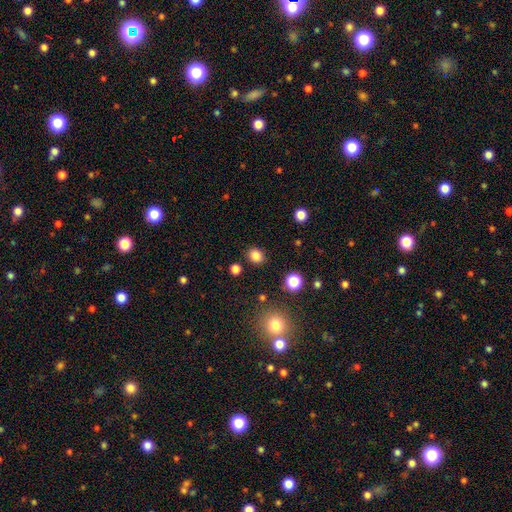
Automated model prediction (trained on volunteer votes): Smooth or featured? Predicted: smooth (p=0.83). How rounded? Predicted: round (p=0.66). Merging? Predicted: none (p=0.87).